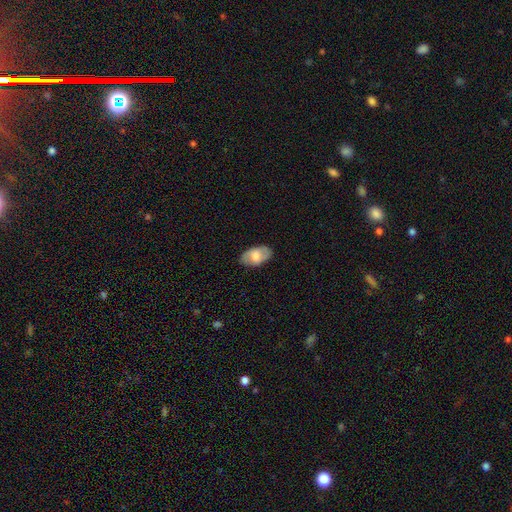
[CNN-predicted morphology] Smooth or featured? smooth (58%)
How rounded? in between (93%)
Merging? none (83%)